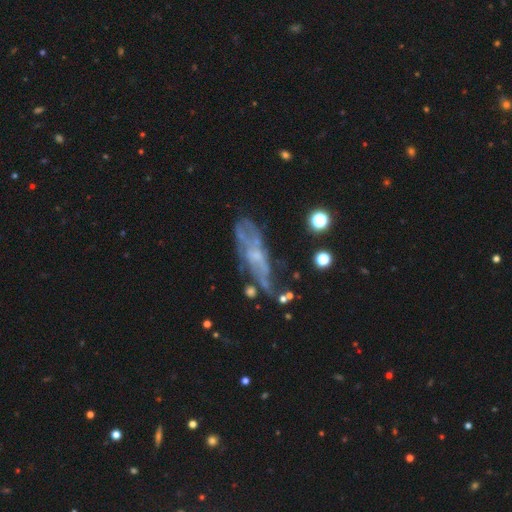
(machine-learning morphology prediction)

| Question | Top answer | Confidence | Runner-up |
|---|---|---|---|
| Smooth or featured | featured or disk | 66% | smooth (22%) |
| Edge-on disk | no | 73% | yes (27%) |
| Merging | none | 49% | minor disturbance (23%) |